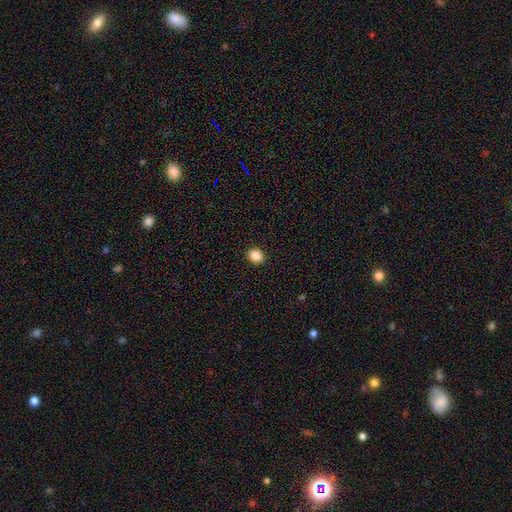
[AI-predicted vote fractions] This appears to be a smooth galaxy with no disk features (86%) that is round (68%). Merging: none (92%).